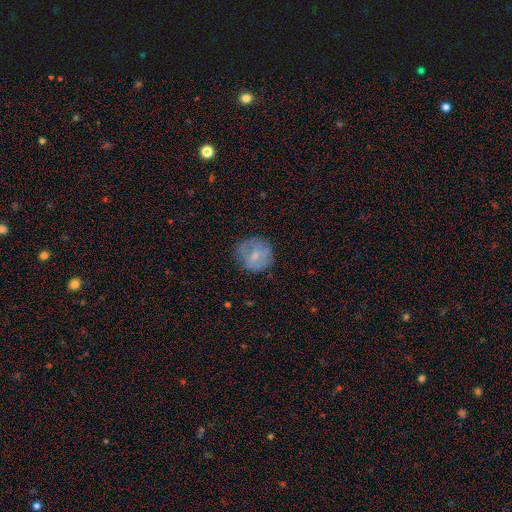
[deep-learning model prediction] smooth-or-featured: smooth: 58% | featured or disk: 34% | star or artifact: 9%
  how-rounded: round: 89% | in between: 10% | cigar-shaped: 1%
  merging: none: 70% | minor disturbance: 20% | major disturbance: 8% | merger: 1%